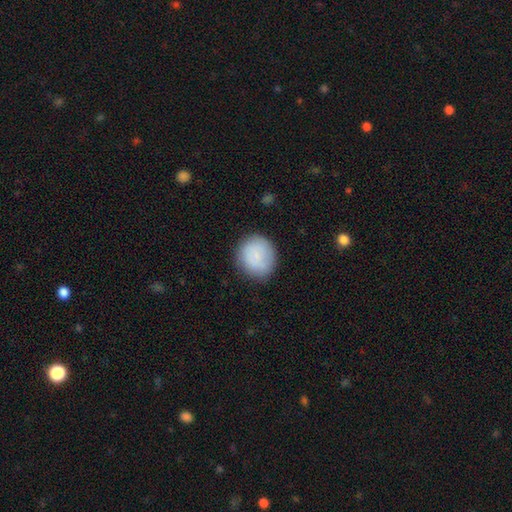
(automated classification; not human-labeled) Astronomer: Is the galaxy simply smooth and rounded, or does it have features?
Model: smooth — 83%.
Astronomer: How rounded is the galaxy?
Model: round — 86%.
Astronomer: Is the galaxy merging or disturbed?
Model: none — 80%.